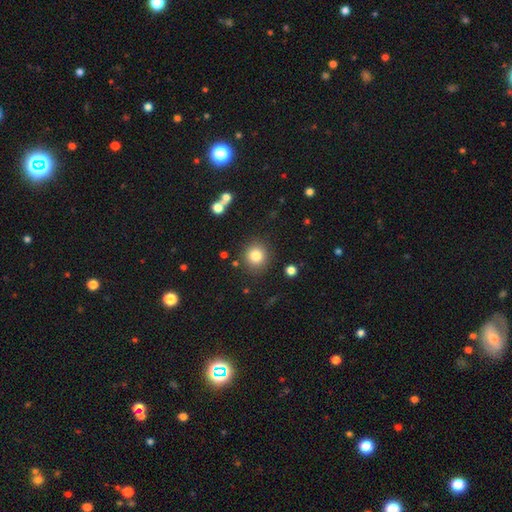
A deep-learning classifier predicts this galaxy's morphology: The model was most divided on "smooth or featured": smooth: 82%, star or artifact: 11%, featured or disk: 7%. More confident: how rounded — round (89%); merging — none (86%).